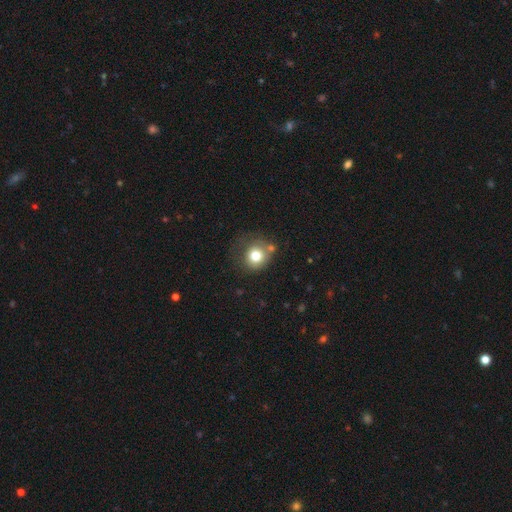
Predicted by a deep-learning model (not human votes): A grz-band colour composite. It shows a smooth galaxy with no disk features (77%) that is round (85%). Merging: none (60%).